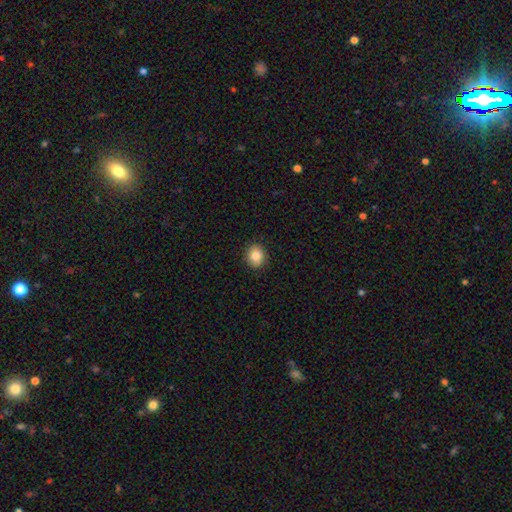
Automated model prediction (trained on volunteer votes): The model was most divided on "how rounded": round: 74%, in between: 25%, cigar-shaped: 1%. More confident: merging — none (88%); smooth or featured — smooth (84%).